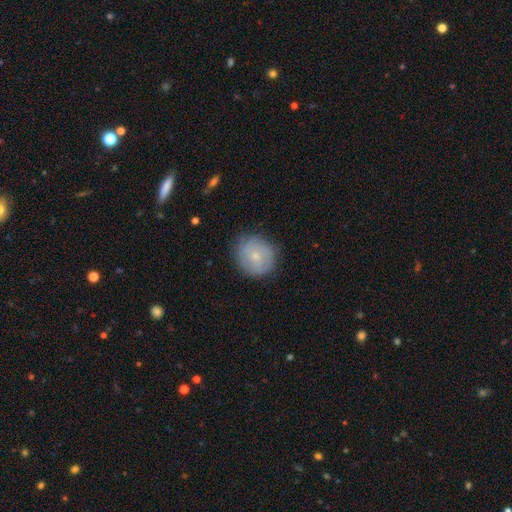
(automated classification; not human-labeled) A smooth galaxy with no disk features (60%) that is round (87%).

Vote fractions:
- Smooth or featured? smooth: 60% / featured or disk: 32% / star or artifact: 8%
- How rounded? round: 87% / in between: 12% / cigar-shaped: 1%
- Merging? none: 79% / minor disturbance: 16% / major disturbance: 4% / merger: 1%